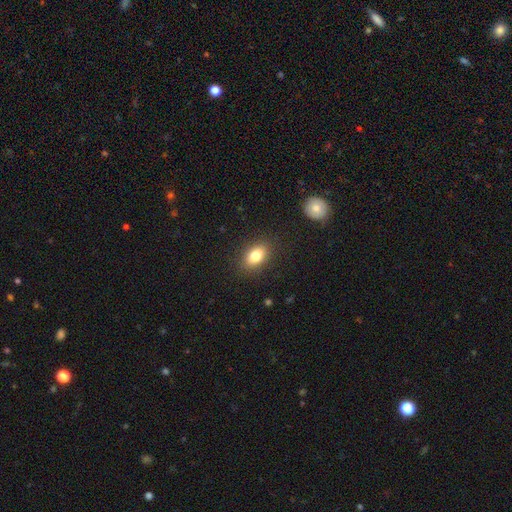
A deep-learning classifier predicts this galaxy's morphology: smooth 82%, featured or disk 9%, star or artifact 9%. Down the decision tree: how rounded — in between (85%); merging — none (87%).